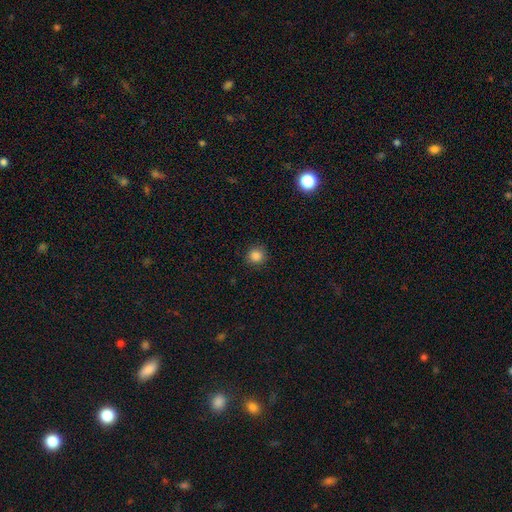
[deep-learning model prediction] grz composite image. It shows a smooth galaxy with no disk features (85%) that is round (91%). Merging: none (89%).